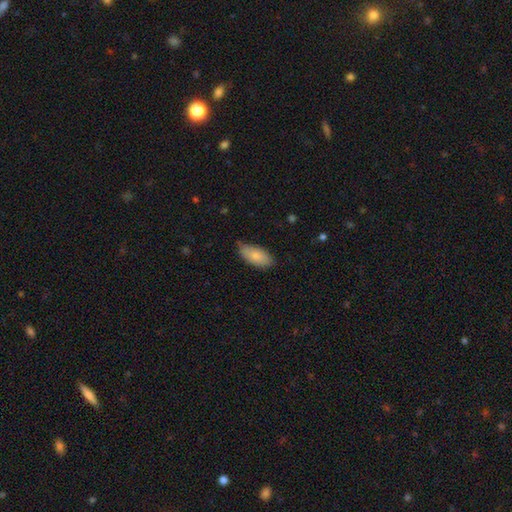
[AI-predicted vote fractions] A smooth galaxy with no disk features (82%) that is in between round and cigar-shaped (91%).

Vote fractions:
- Smooth or featured? smooth: 82% / featured or disk: 12% / star or artifact: 6%
- How rounded? in between: 91% / cigar-shaped: 7% / round: 2%
- Merging? none: 72% / minor disturbance: 23% / major disturbance: 3% / merger: 2%